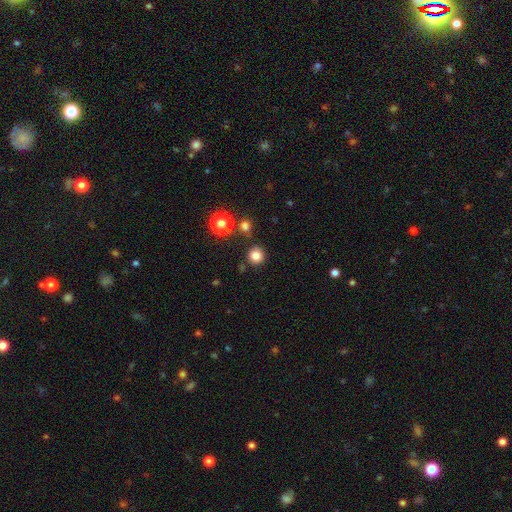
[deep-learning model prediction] smooth_or_featured: smooth (p=0.81) [alt: star or artifact p=0.14]
how_rounded: round (p=0.92) [alt: in between p=0.07]
merging: none (p=0.84) [alt: minor disturbance p=0.09]